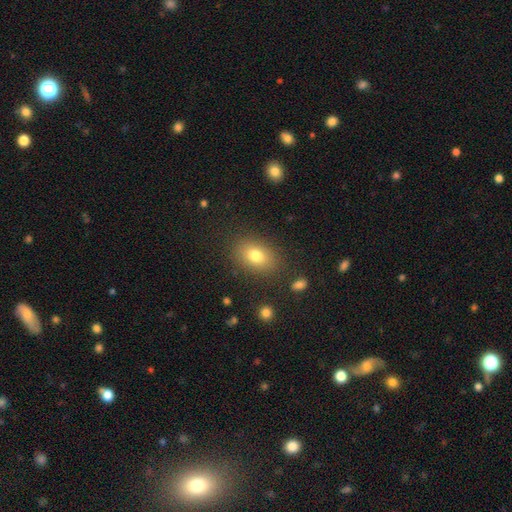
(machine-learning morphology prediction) smooth 78%, featured or disk 11%, star or artifact 10%. Down the decision tree: how rounded — in between (77%); merging — none (84%).